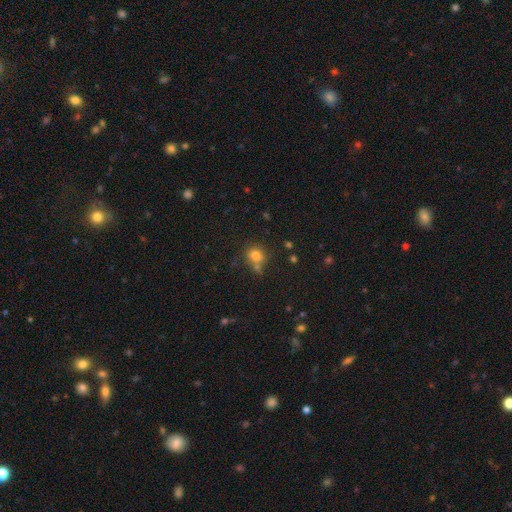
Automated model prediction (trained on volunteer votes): Overall: smooth (79%). How rounded: round (76%). Merging: none (59%; merger 22%).